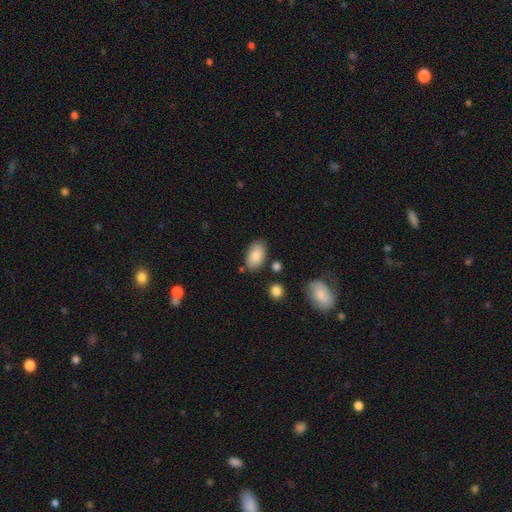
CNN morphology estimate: Smooth or featured?
  - smooth: 85% *
  - featured or disk: 8%
  - star or artifact: 7%
How rounded?
  - in between: 94% *
  - round: 5%
  - cigar-shaped: 2%
Merging?
  - none: 79% *
  - minor disturbance: 14%
  - merger: 4%
  - major disturbance: 3%